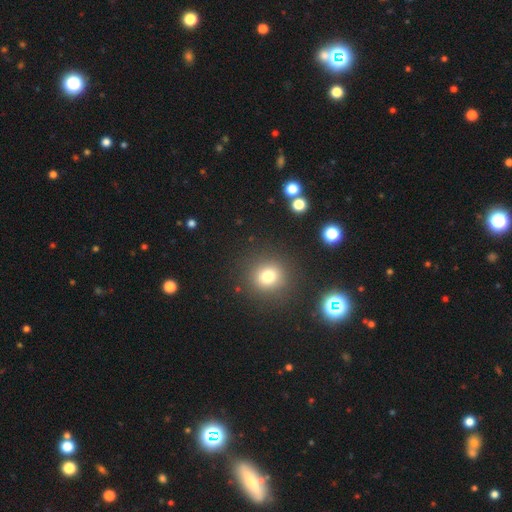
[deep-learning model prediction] This is possibly a smooth galaxy (57%). How rounded: clearly round (93%). Merging: clearly none (91%).